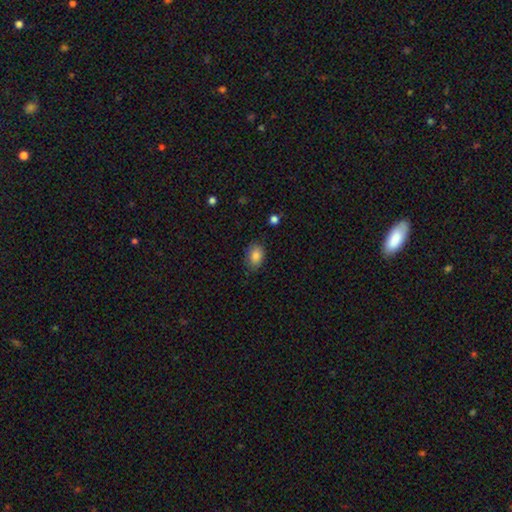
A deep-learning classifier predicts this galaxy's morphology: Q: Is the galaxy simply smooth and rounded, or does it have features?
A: smooth — 84%.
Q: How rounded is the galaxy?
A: in between — 78%.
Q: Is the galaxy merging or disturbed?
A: none — 78%.